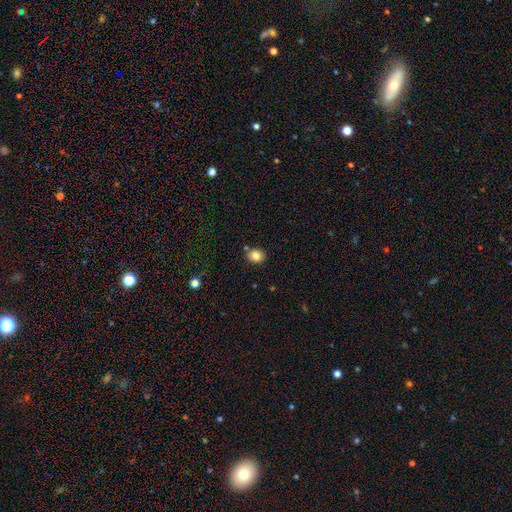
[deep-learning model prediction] Overall: smooth (84%). How rounded: round (57%; in between 42%). Merging: none (79%).